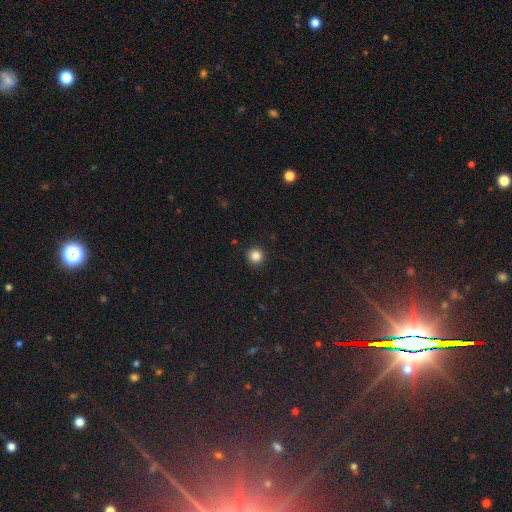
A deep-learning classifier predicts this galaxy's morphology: Smooth or featured? smooth (85%)
How rounded? round (96%)
Merging? none (93%)